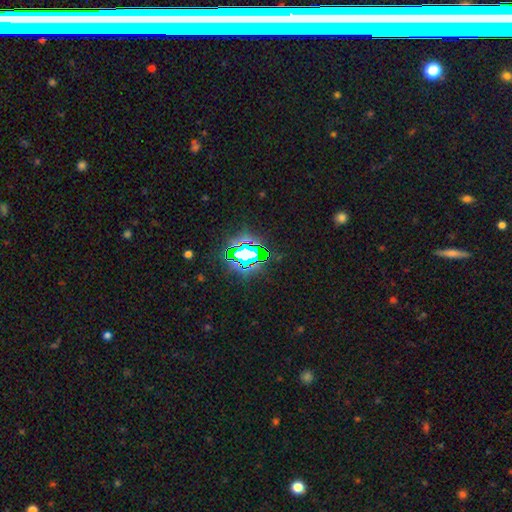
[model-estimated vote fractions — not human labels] Morphology: type=star or artifact (77%).